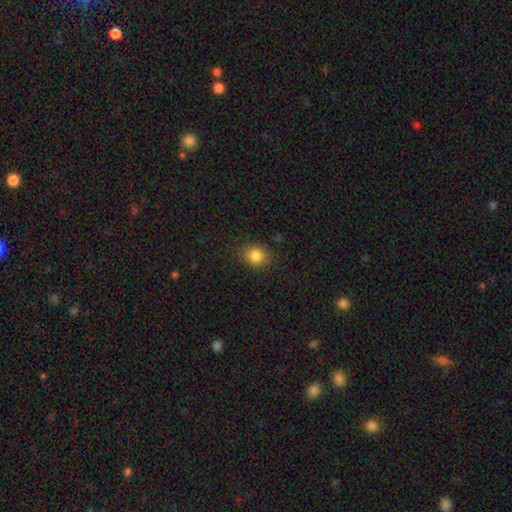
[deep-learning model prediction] Q: Smooth or featured?
A: smooth (84%); runner-up: star or artifact (11%)
Q: How rounded?
A: round (65%); runner-up: in between (34%)
Q: Merging?
A: none (85%); runner-up: minor disturbance (11%)